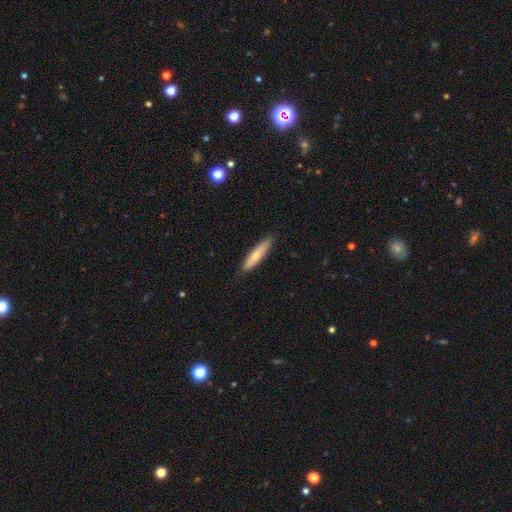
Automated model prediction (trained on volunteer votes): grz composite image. It shows a smooth galaxy with no disk features (65%) that is cigar-shaped (82%). Merging: none (84%).